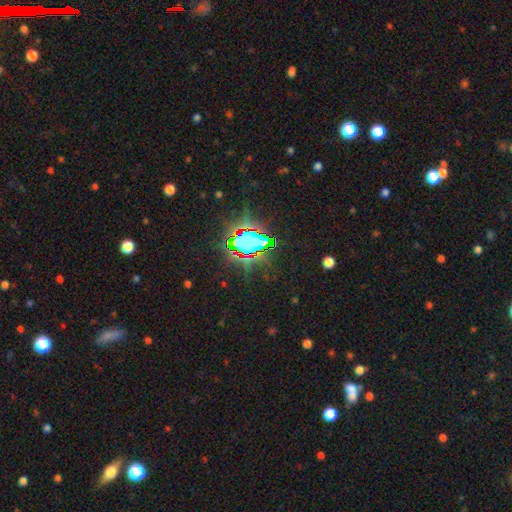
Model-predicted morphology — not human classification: A star or artifact, not a galaxy (82%).